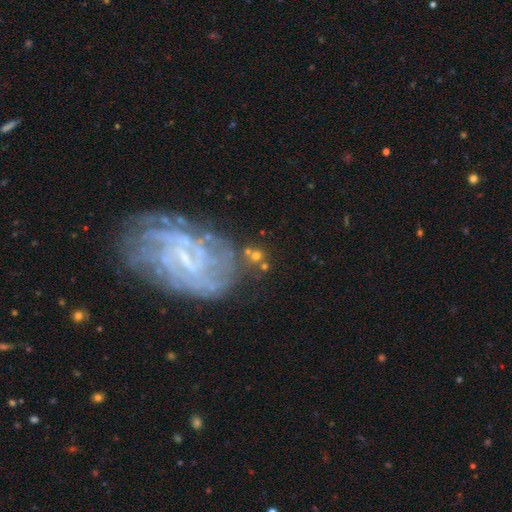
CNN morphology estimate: The model was most divided on "smooth or featured": smooth: 43%, featured or disk: 37%, star or artifact: 20%. More confident: merging — none (60%).